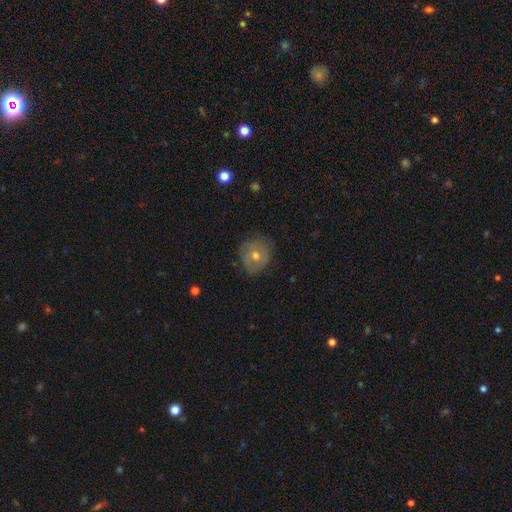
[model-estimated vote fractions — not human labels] Q: Smooth or featured?
A: smooth (52%); runner-up: featured or disk (37%)
Q: How rounded?
A: round (81%); runner-up: in between (18%)
Q: Merging?
A: none (74%); runner-up: minor disturbance (19%)